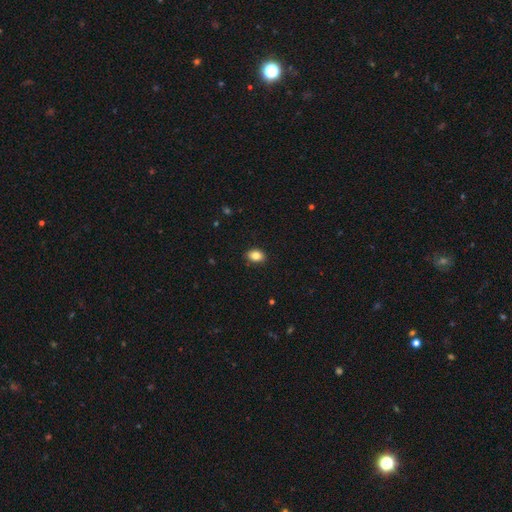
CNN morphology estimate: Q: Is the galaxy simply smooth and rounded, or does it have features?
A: smooth — 84%.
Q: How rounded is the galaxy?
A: in between — 71%.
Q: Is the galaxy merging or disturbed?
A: none — 89%.